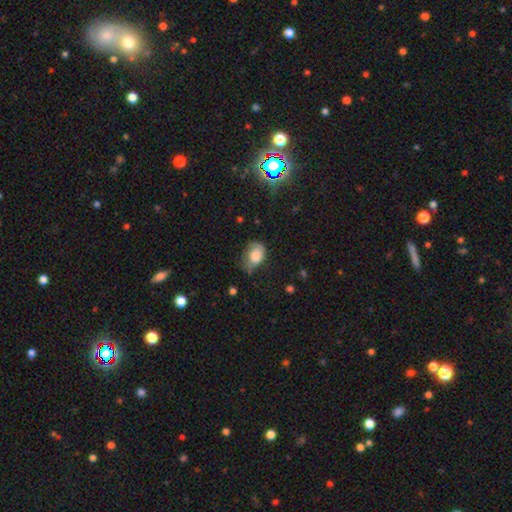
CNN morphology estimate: smooth_or_featured: smooth (p=0.75) [alt: featured or disk p=0.16]
how_rounded: in between (p=0.80) [alt: round p=0.19]
merging: none (p=0.40) [tied with: minor disturbance p=0.40]